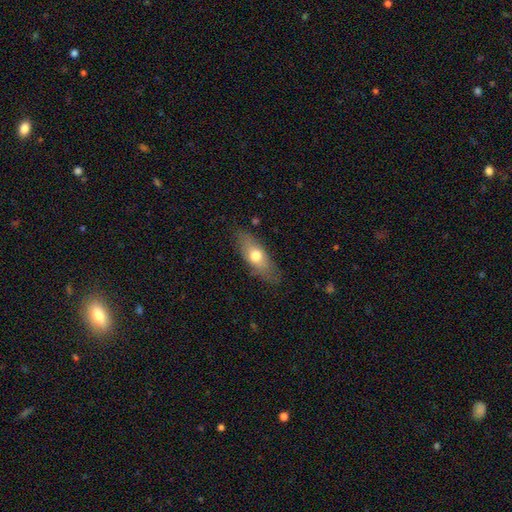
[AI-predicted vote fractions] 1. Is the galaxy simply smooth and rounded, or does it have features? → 64% smooth, 29% featured or disk, 6% star or artifact.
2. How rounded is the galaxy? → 69% in between, 27% cigar-shaped, 4% round.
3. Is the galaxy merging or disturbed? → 79% none, 16% minor disturbance, 4% major disturbance, 1% merger.